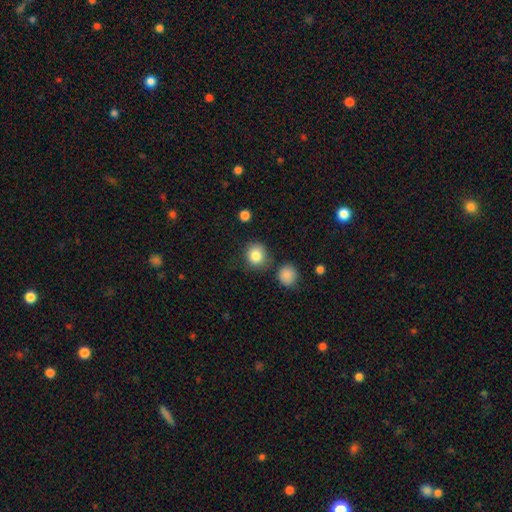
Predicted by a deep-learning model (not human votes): Smooth or featured?
  - smooth: 85% *
  - star or artifact: 9%
  - featured or disk: 5%
How rounded?
  - round: 85% *
  - in between: 14%
  - cigar-shaped: 1%
Merging?
  - none: 78% *
  - minor disturbance: 11%
  - merger: 7%
  - major disturbance: 4%